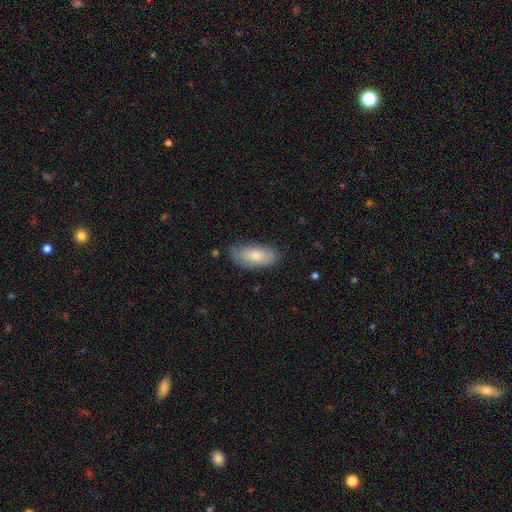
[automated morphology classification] smooth_or_featured: smooth (p=0.77) [alt: featured or disk p=0.17]
how_rounded: in between (p=0.89) [alt: cigar-shaped p=0.09]
merging: none (p=0.72) [alt: minor disturbance p=0.22]